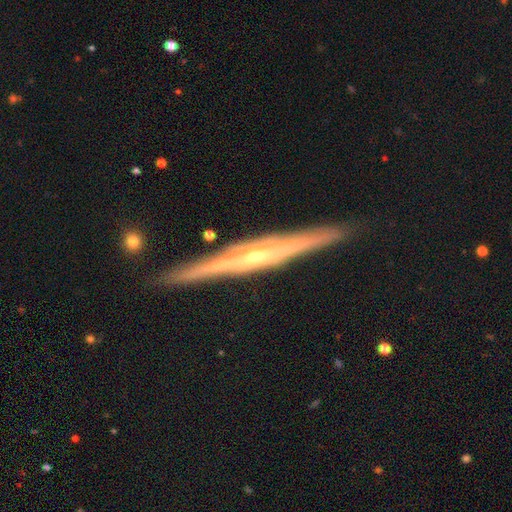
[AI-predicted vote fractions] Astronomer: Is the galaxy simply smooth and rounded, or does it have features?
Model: featured or disk — 86%.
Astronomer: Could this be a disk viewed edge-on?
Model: yes — 98%.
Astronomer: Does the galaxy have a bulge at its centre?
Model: rounded — 68%.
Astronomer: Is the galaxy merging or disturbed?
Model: none — 90%.